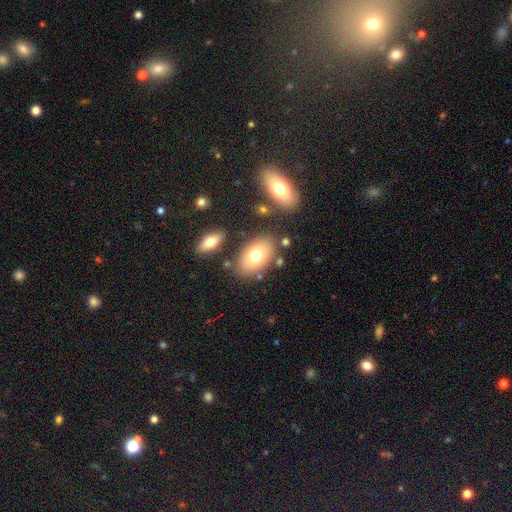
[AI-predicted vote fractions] Overall: smooth (72%). How rounded: in between (88%). Merging: none (77%).